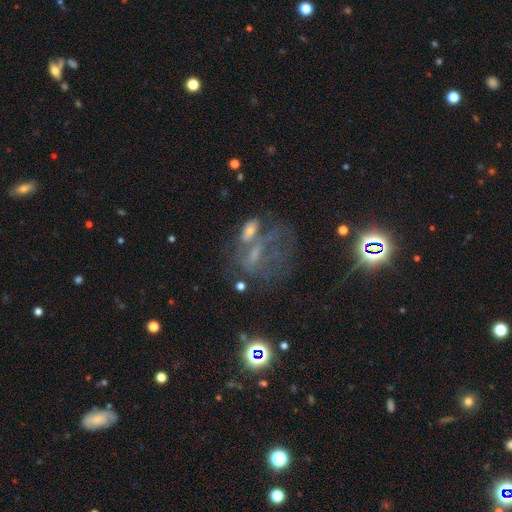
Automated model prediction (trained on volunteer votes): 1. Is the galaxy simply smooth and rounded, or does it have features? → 44% featured or disk, 31% star or artifact, 24% smooth.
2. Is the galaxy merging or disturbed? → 32% none, 30% merger, 24% major disturbance, 14% minor disturbance.